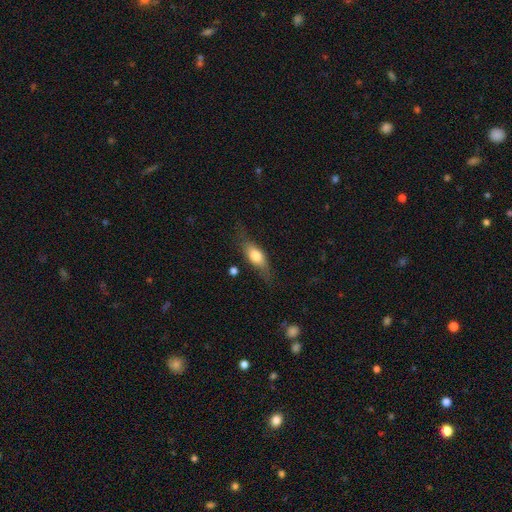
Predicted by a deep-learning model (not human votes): The model was most divided on "smooth or featured": smooth: 64%, featured or disk: 29%, star or artifact: 7%. More confident: how rounded — in between (67%); merging — none (67%).